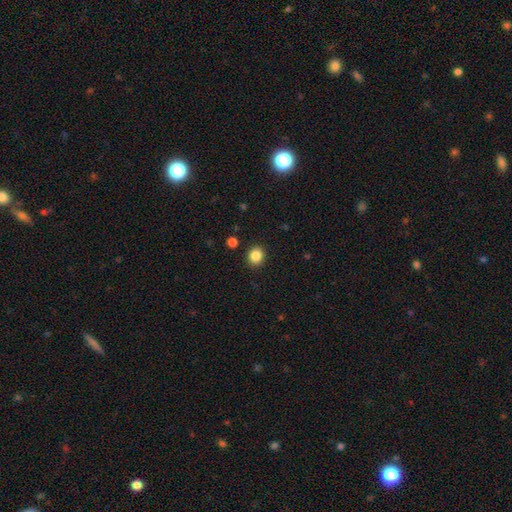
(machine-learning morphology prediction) Q: Smooth or featured?
A: smooth (86%); runner-up: star or artifact (10%)
Q: How rounded?
A: round (81%); runner-up: in between (19%)
Q: Merging?
A: none (91%); runner-up: minor disturbance (6%)